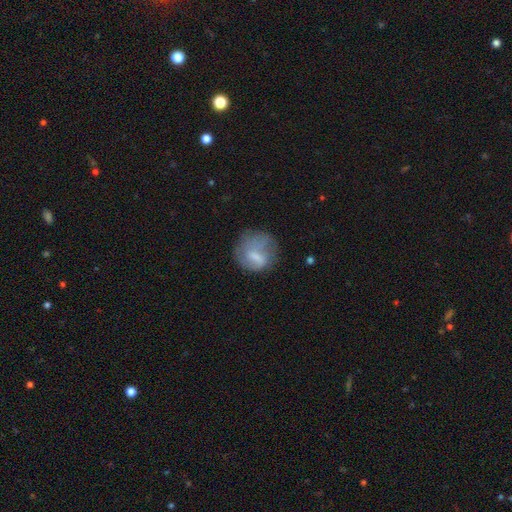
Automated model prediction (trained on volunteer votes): smooth 58%, featured or disk 34%, star or artifact 9%. Down the decision tree: how rounded — round (74%); merging — none (48%).